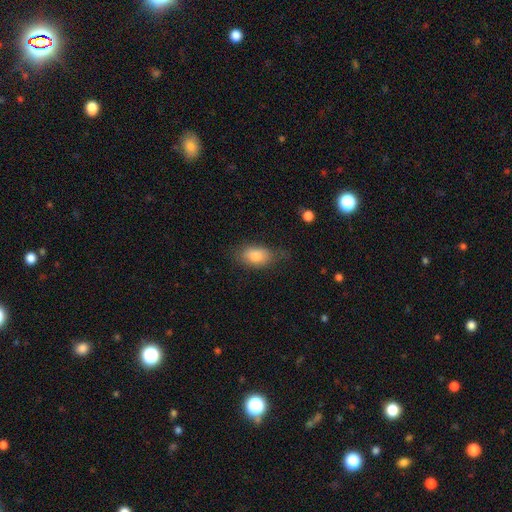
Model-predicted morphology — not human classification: type=smooth (83%); roundness=in between (89%); merging=none (66%).